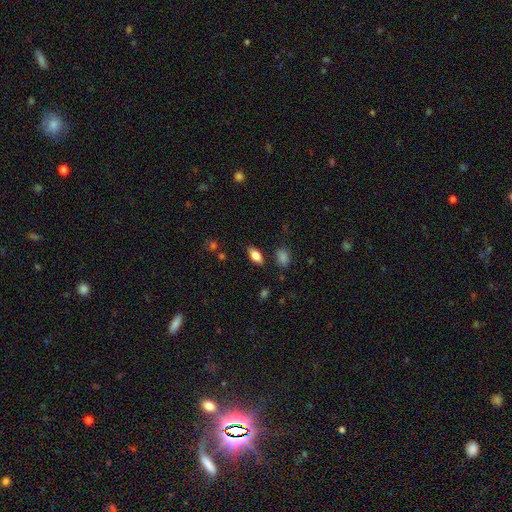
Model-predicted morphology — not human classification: Smooth or featured? Predicted: smooth (p=0.76). How rounded? Predicted: in between (p=0.86). Merging? Predicted: none (p=0.82).